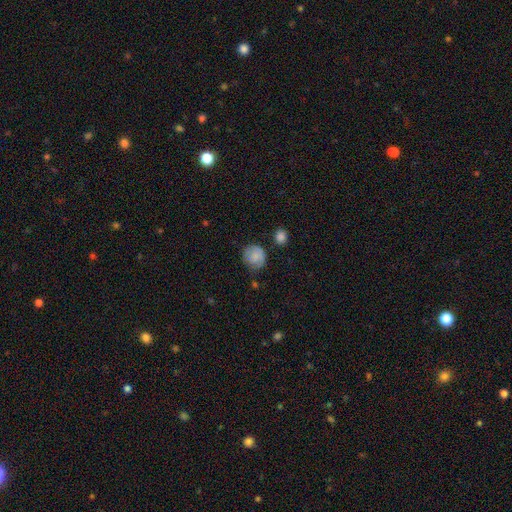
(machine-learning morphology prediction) Overall: smooth (72%). How rounded: round (78%). Merging: none (63%; minor disturbance 26%).